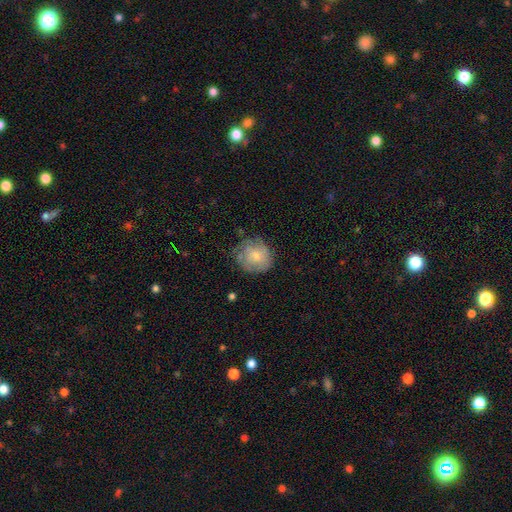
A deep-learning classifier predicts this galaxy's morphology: A smooth galaxy with no disk features (56%) that is round (78%). Merging: none (60%).